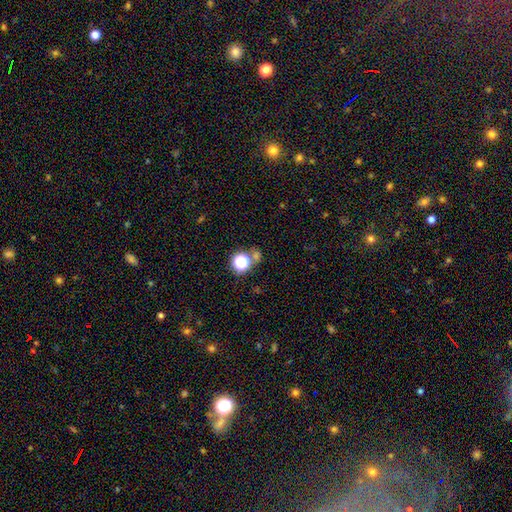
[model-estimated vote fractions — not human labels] Overall: smooth (50%; star or artifact 42%). How rounded: round (82%). Merging: none (66%).